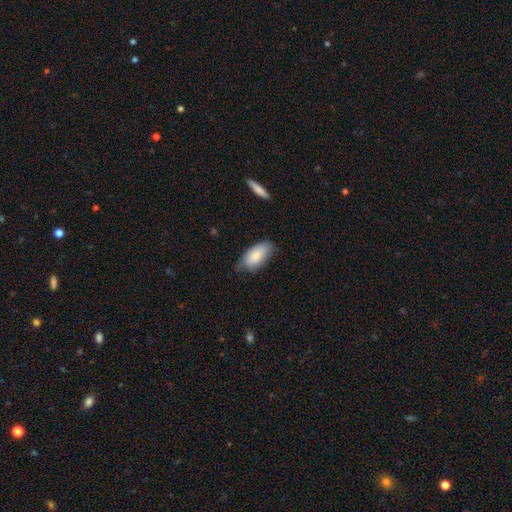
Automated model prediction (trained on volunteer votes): Smooth or featured? smooth (84%)
How rounded? in between (93%)
Merging? none (65%)